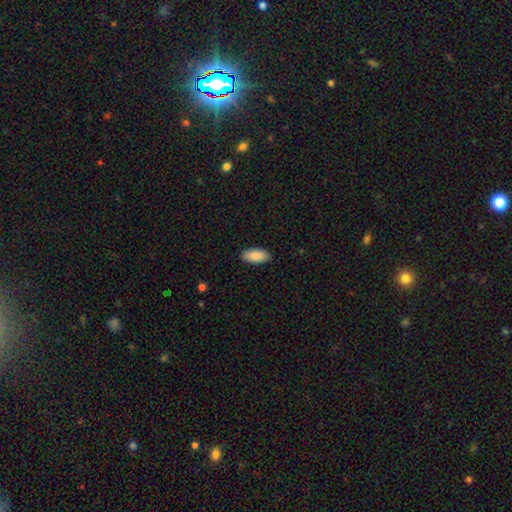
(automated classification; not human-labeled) A smooth galaxy with no disk features (89%) that is in between round and cigar-shaped (91%).

Vote fractions:
- Smooth or featured? smooth: 89% / star or artifact: 6% / featured or disk: 5%
- How rounded? in between: 91% / cigar-shaped: 7% / round: 2%
- Merging? none: 89% / minor disturbance: 8% / major disturbance: 2% / merger: 1%